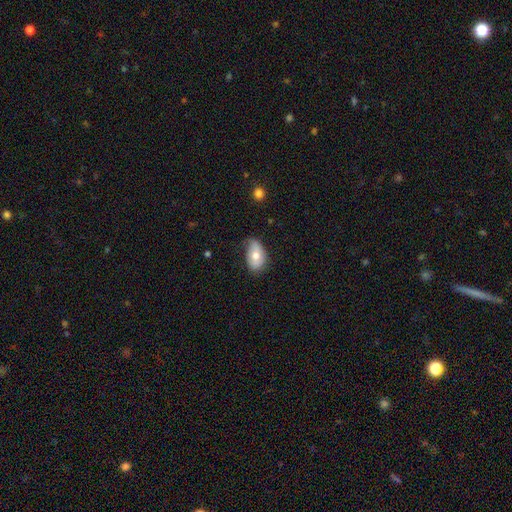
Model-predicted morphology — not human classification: Smooth or featured: smooth — 69% (featured or disk — 24%)
How rounded: in between — 89% (round — 9%)
Merging: none — 50% (minor disturbance — 39%)